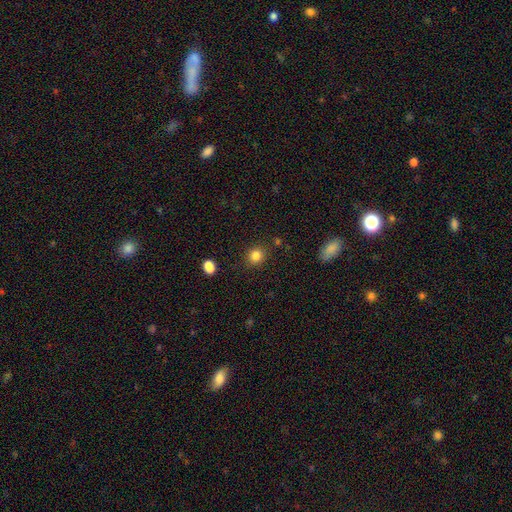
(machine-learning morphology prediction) A smooth galaxy with no disk features (84%) that is round (79%).

Vote fractions:
- Smooth or featured? smooth: 84% / star or artifact: 11% / featured or disk: 5%
- How rounded? round: 79% / in between: 20% / cigar-shaped: 1%
- Merging? none: 86% / minor disturbance: 9% / major disturbance: 3% / merger: 2%